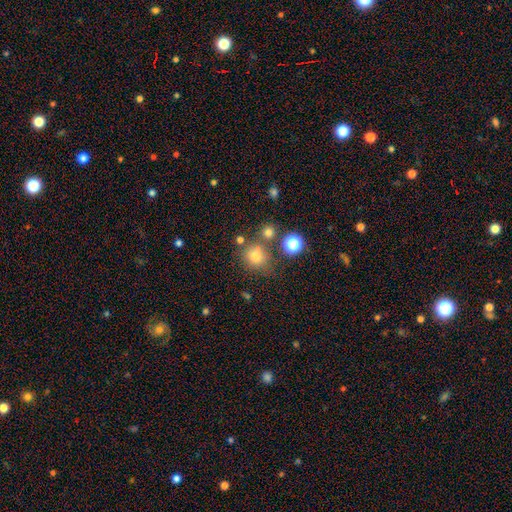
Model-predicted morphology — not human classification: Smooth or featured? smooth (73%)
How rounded? round (84%)
Merging? none (68%)